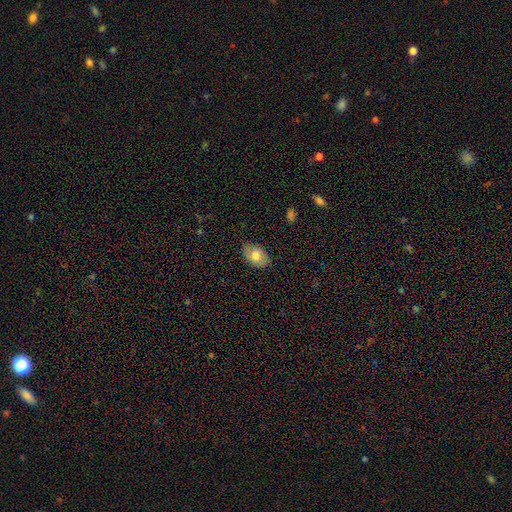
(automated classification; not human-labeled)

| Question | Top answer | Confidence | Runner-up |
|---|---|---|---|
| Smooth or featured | smooth | 74% | featured or disk (18%) |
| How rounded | in between | 84% | round (14%) |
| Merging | none | 82% | minor disturbance (15%) |